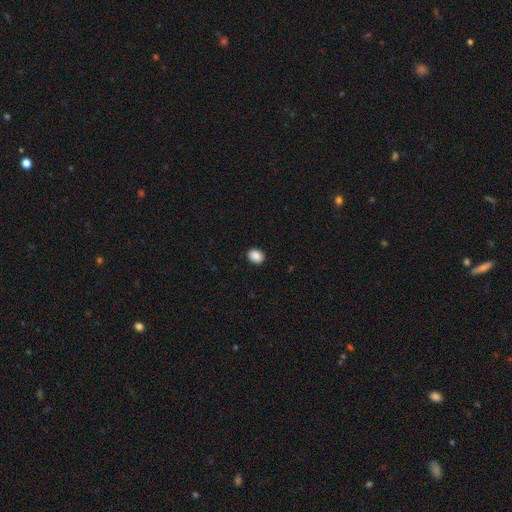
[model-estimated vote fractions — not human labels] This appears to be a smooth galaxy with no disk features (89%) that is in between round and cigar-shaped (50%). Merging: none (91%).